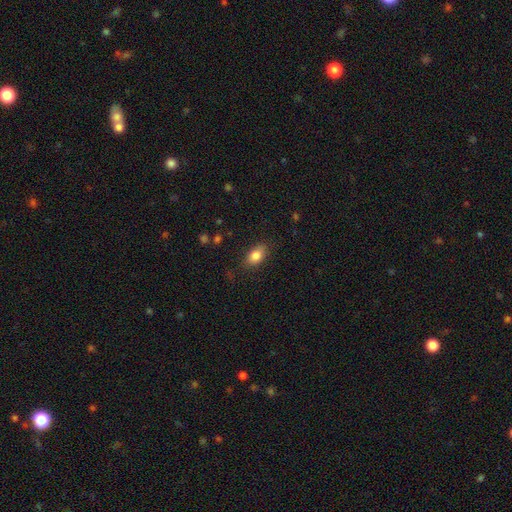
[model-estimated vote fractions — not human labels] The model was most divided on "merging": none: 82%, minor disturbance: 13%, major disturbance: 3%, merger: 1%. More confident: how rounded — in between (86%); smooth or featured — smooth (83%).